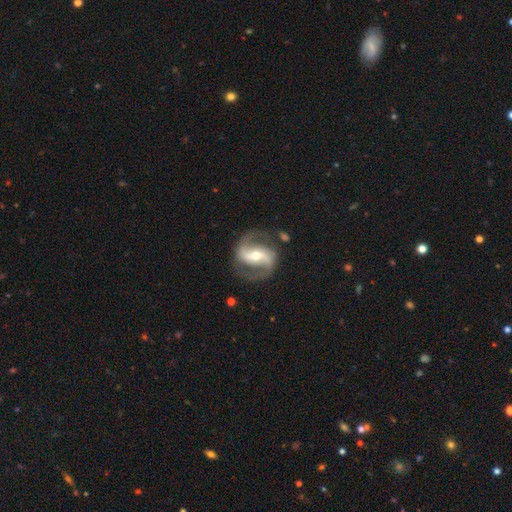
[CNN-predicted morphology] Smooth or featured? featured or disk (89%)
Edge-on disk? no (97%)
Bar? strong (48%)
Spiral arms? yes (96%)
Spiral winding? medium (53%)
Spiral arm count? 2 (93%)
Bulge size? moderate (55%)
Merging? none (80%)